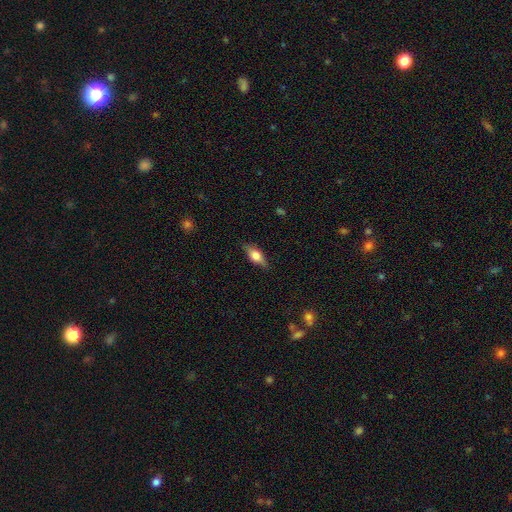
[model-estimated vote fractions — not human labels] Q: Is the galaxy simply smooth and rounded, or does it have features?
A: smooth — 56%.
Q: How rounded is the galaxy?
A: in between — 71%.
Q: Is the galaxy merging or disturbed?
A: none — 81%.